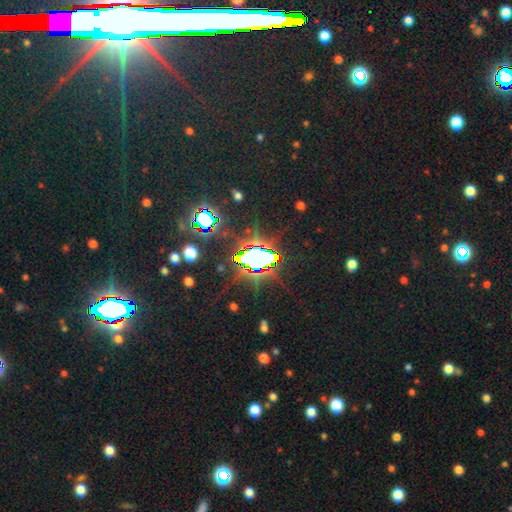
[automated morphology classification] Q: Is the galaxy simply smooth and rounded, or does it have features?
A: star or artifact — 74%.